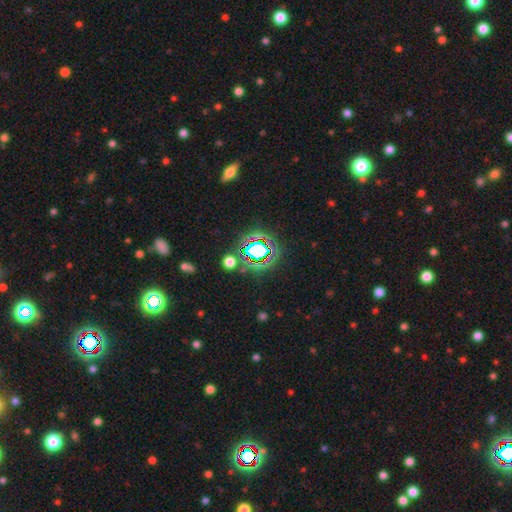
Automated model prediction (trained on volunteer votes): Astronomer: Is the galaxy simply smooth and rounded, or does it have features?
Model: star or artifact — 64%.